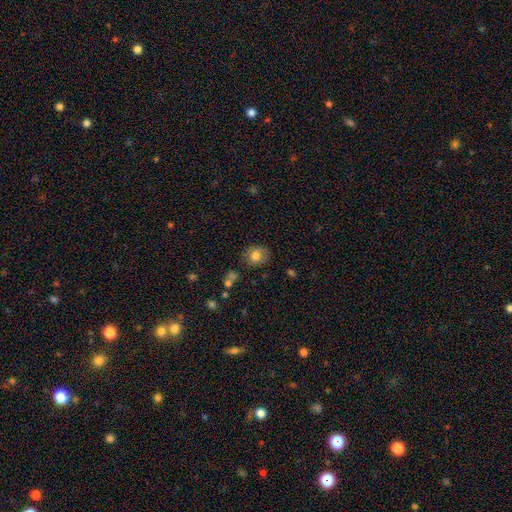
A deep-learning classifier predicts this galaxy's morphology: This is likely a smooth galaxy (78%). How rounded: likely round (67%). Merging: likely none (79%).